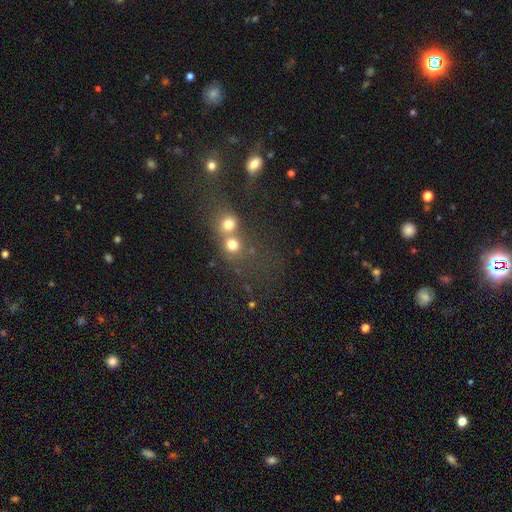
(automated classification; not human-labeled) A star or artifact, not a galaxy (46%).

Vote fractions:
- Smooth or featured? star or artifact: 46% / smooth: 39% / featured or disk: 16%